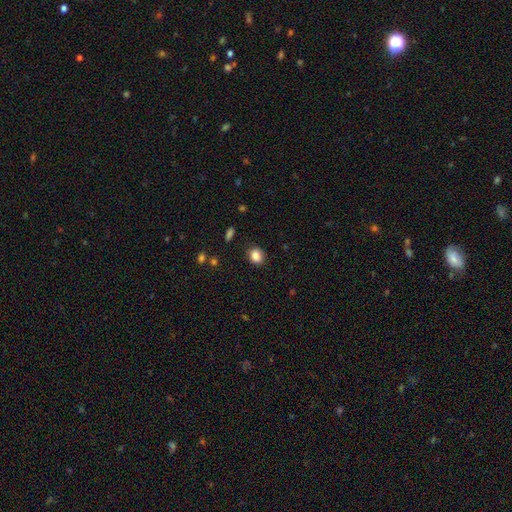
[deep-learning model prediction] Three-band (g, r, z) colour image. It shows a smooth galaxy with no disk features (86%) that is round (64%). Merging: none (87%).